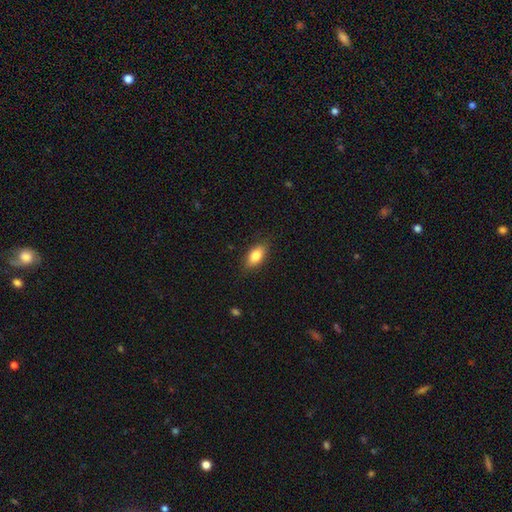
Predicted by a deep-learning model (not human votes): A smooth galaxy with no disk features (81%) that is in between round and cigar-shaped (87%).

Vote fractions:
- Smooth or featured? smooth: 81% / featured or disk: 11% / star or artifact: 7%
- How rounded? in between: 87% / cigar-shaped: 8% / round: 5%
- Merging? none: 85% / minor disturbance: 12% / major disturbance: 3% / merger: 1%